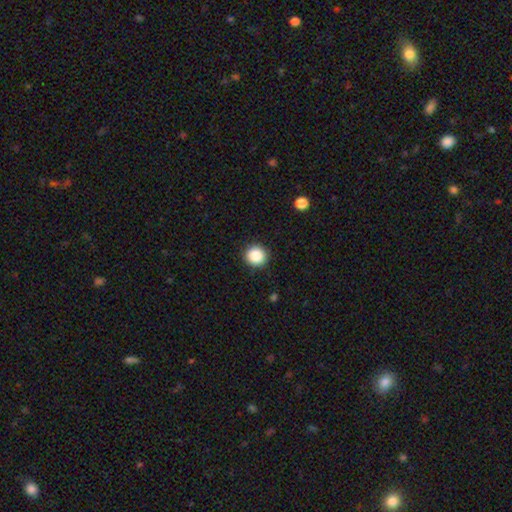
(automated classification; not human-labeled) This is clearly a smooth galaxy (88%). How rounded: clearly round (93%). Merging: clearly none (91%).